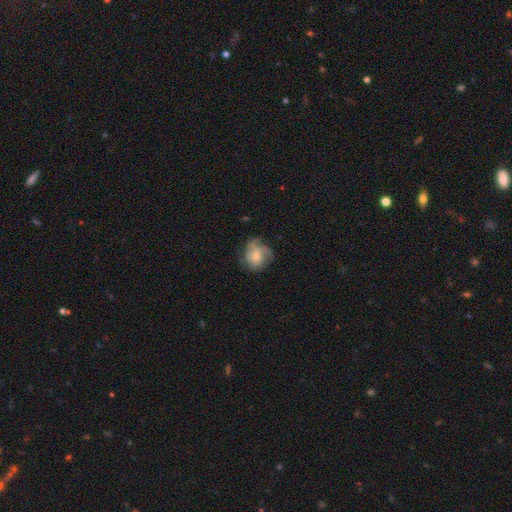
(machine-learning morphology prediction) Smooth or featured? featured or disk (55%)
Edge-on disk? no (97%)
Bar? no (81%)
Spiral arms? yes (82%)
Bulge size? small (49%)
Merging? none (62%)